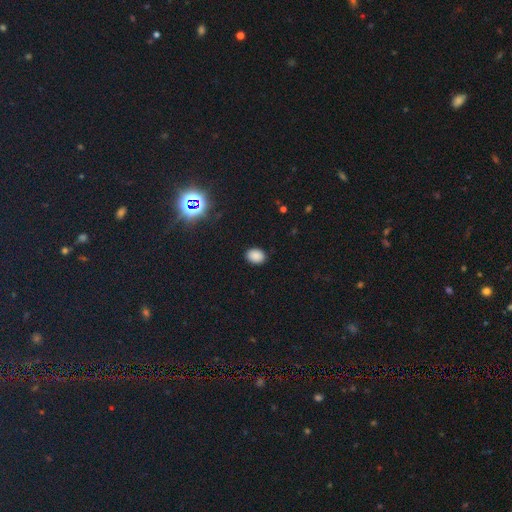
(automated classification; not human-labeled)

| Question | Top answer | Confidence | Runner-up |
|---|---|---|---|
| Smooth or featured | smooth | 86% | star or artifact (11%) |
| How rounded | in between | 66% | round (33%) |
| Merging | none | 88% | minor disturbance (8%) |